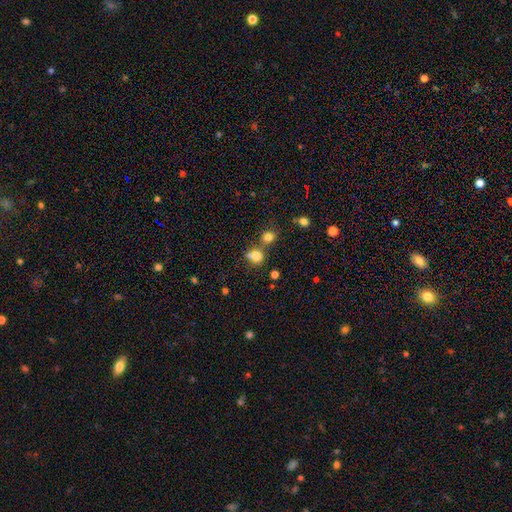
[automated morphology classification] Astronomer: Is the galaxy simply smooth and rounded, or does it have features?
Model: smooth — 76%.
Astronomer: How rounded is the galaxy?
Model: round — 72%.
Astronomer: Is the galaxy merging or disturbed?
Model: none — 45% (runner-up: merger, 40%).